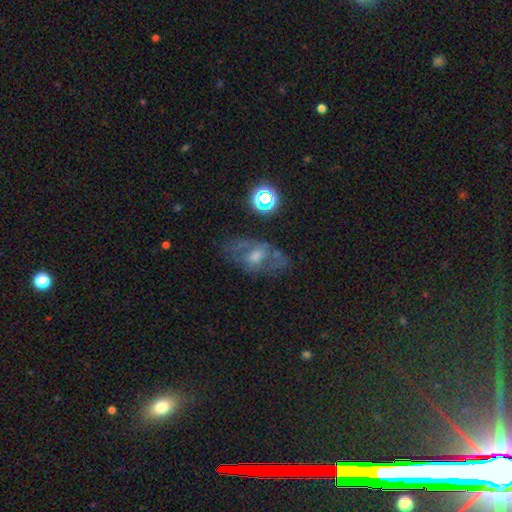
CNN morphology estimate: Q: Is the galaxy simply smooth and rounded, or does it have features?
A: featured or disk — 53%.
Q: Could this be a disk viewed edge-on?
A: no — 88%.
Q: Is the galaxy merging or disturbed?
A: none — 72%.